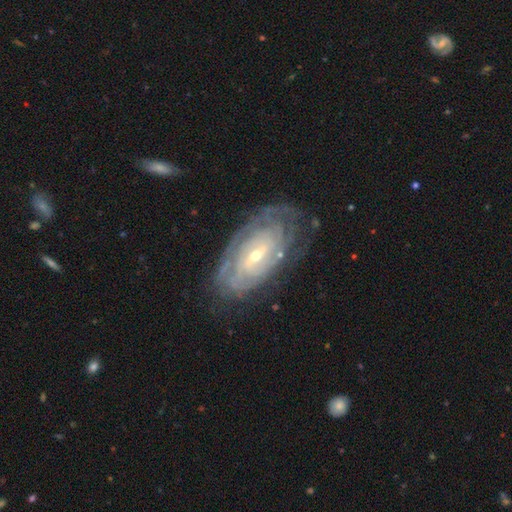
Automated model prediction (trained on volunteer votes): featured or disk 85%, smooth 9%, star or artifact 6%. Down the decision tree: edge-on disk — no (94%); bar — no (45%); spiral arms — yes (92%); spiral arm count — can't tell (50%); spiral winding — tight (81%); bulge size — small (65%); merging — none (73%).